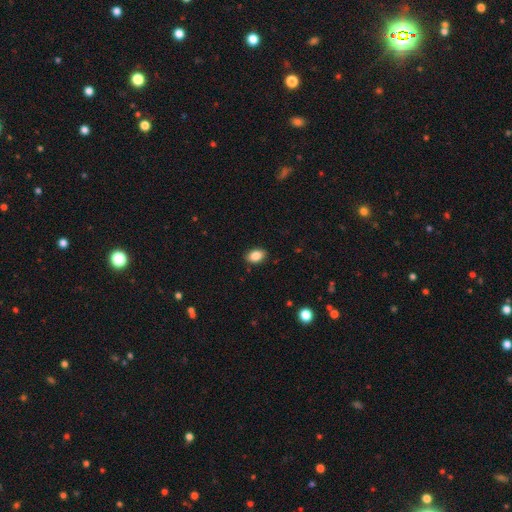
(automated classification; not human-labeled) smooth 87%, star or artifact 8%, featured or disk 5%. Down the decision tree: how rounded — in between (85%); merging — none (88%).